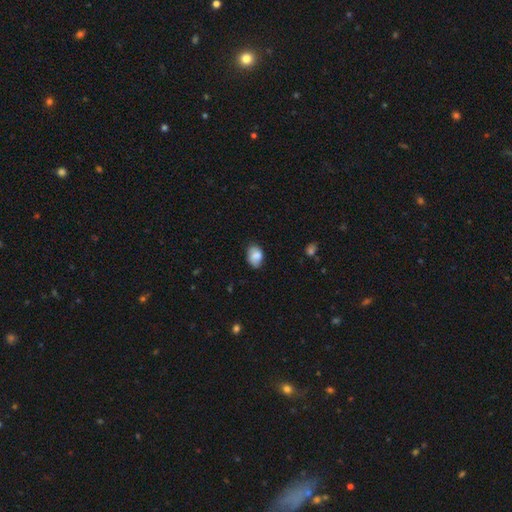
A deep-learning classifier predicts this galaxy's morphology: Q: Smooth or featured?
A: smooth (81%); runner-up: featured or disk (11%)
Q: How rounded?
A: in between (80%); runner-up: round (19%)
Q: Merging?
A: none (67%); runner-up: minor disturbance (27%)